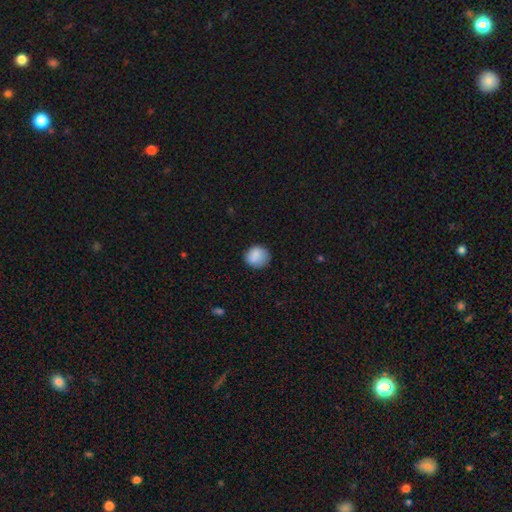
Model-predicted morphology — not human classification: A smooth galaxy with no disk features (86%) that is round (83%).

Vote fractions:
- Smooth or featured? smooth: 86% / star or artifact: 8% / featured or disk: 6%
- How rounded? round: 83% / in between: 16% / cigar-shaped: 1%
- Merging? none: 79% / minor disturbance: 16% / major disturbance: 4% / merger: 2%